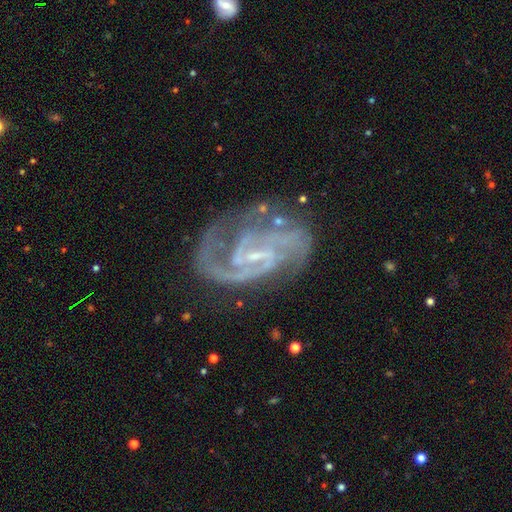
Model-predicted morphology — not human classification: type=featured or disk (90%); edge-on=no (98%); bar=weak (49%); spiral arms=yes (98%); winding=medium (50%); arm count=2 (61%); bulge=small (72%); merging=none (67%).